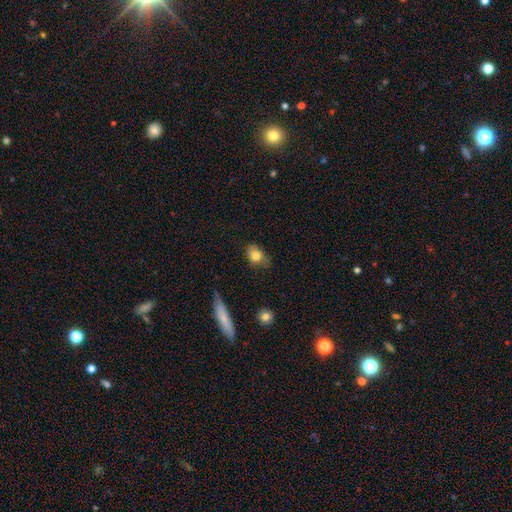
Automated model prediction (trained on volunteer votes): This is clearly a smooth galaxy (80%). How rounded: likely in between (65%). Merging: possibly none (54%).